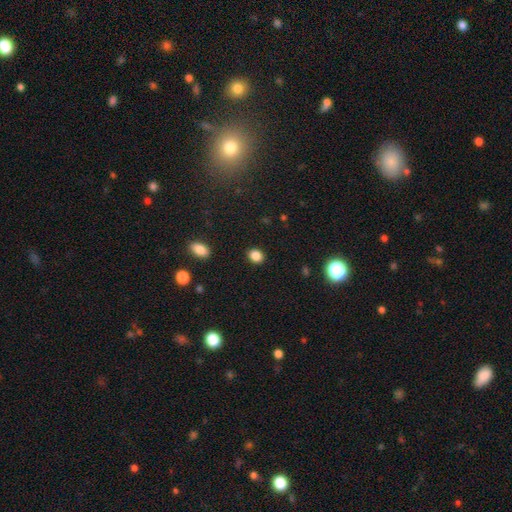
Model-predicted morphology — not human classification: Smooth or featured: smooth — 85% (star or artifact — 11%)
How rounded: round — 52% (in between — 47%)
Merging: none — 90% (minor disturbance — 7%)